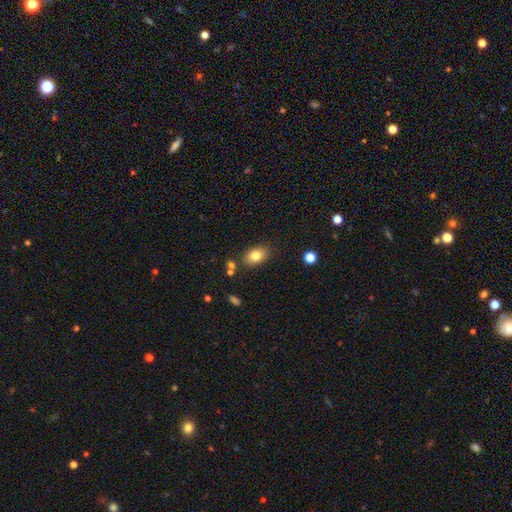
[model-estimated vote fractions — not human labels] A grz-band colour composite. It shows a smooth galaxy with no disk features (82%) that is in between round and cigar-shaped (80%). Merging: none (80%).